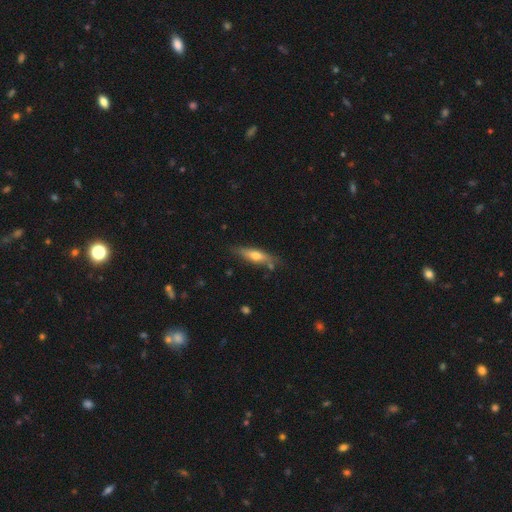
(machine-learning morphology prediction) A smooth galaxy with no disk features (51%) that is cigar-shaped (67%). Merging: none (75%).